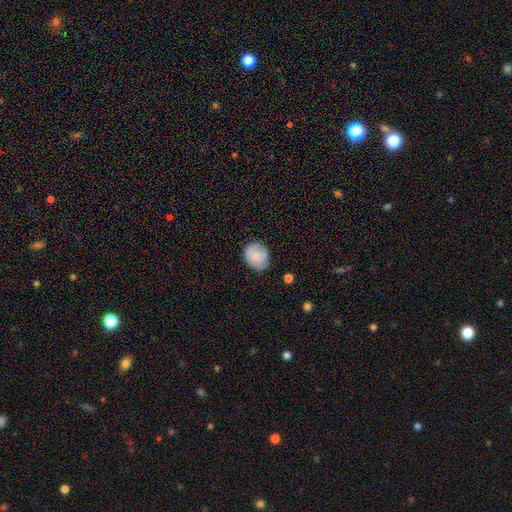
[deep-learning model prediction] A smooth galaxy with no disk features (72%) that is round (66%). Merging: none (71%).